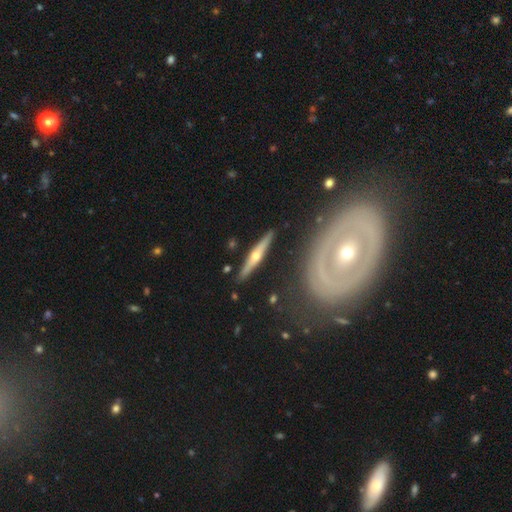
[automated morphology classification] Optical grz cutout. It shows a featured or disk galaxy (73%) viewed edge-on (94%) with a rounded central bulge (91%). Merging: none (88%).